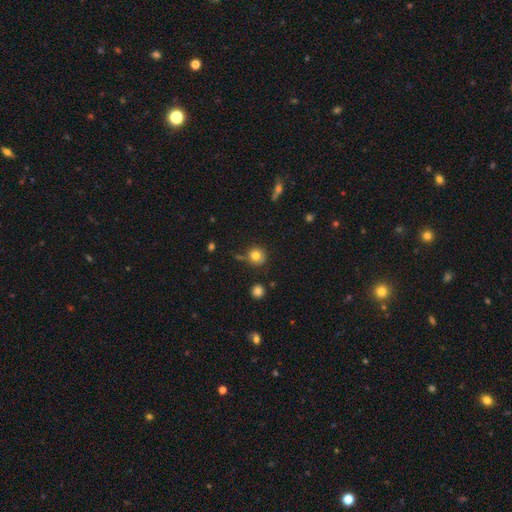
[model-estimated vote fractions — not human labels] This appears to be a smooth galaxy with no disk features (80%) that is round (87%). Merging: none (70%).